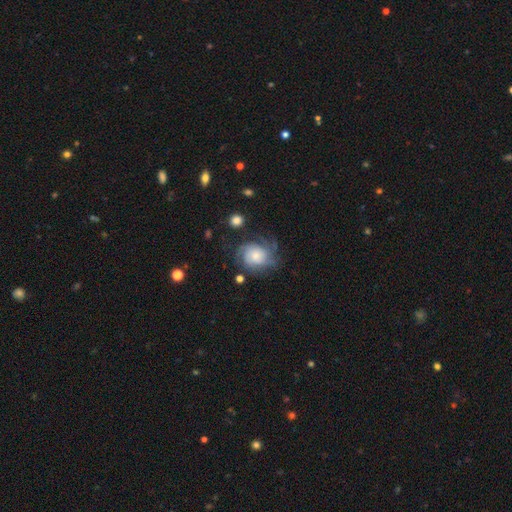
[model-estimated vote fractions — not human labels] smooth_or_featured: featured or disk (p=0.69) [alt: smooth p=0.23]
disk_edge_on: no (p=0.98) [alt: yes p=0.02]
bar: no (p=0.78) [alt: weak p=0.19]
has_spiral_arms: yes (p=0.92) [alt: no p=0.08]
spiral_winding: tight (p=0.51) [alt: medium p=0.35]
spiral_arm_count: can't tell (p=0.34) [alt: 3 p=0.22]
bulge_size: small (p=0.40) [tied with: moderate p=0.40]
merging: none (p=0.62) [alt: minor disturbance p=0.21]